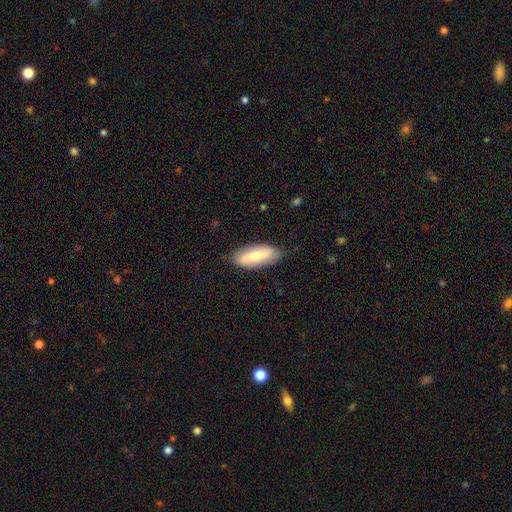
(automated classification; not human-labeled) smooth-or-featured: smooth: 59% | featured or disk: 35% | star or artifact: 6%
  how-rounded: in between: 76% | cigar-shaped: 21% | round: 3%
  merging: none: 82% | minor disturbance: 14% | major disturbance: 3% | merger: 1%